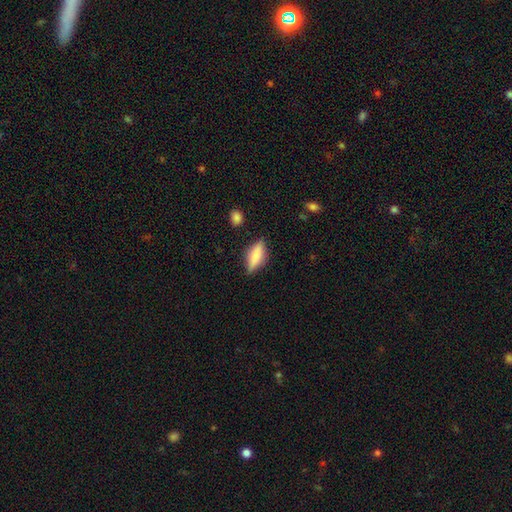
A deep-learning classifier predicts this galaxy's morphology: smooth_or_featured: smooth (p=0.63) [alt: featured or disk p=0.29]
how_rounded: in between (p=0.58) [alt: cigar-shaped p=0.38]
merging: none (p=0.74) [alt: minor disturbance p=0.19]